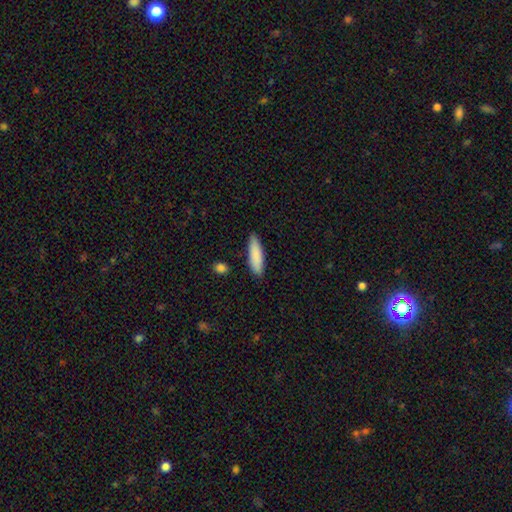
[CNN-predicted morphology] This appears to be a smooth galaxy with no disk features (87%) that is cigar-shaped (65%). Merging: none (85%).